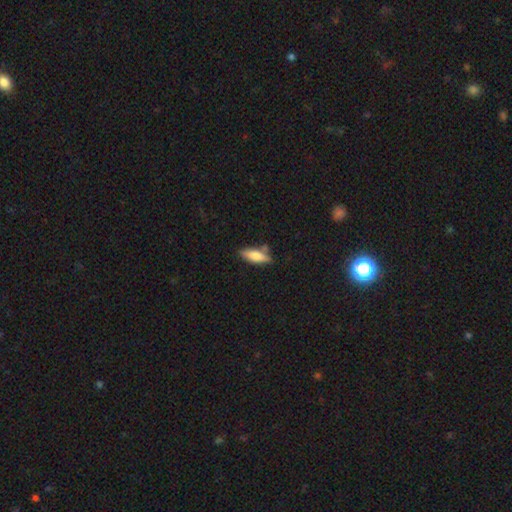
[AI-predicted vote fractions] Morphology: type=smooth (75%); roundness=in between (58%); merging=none (69%).